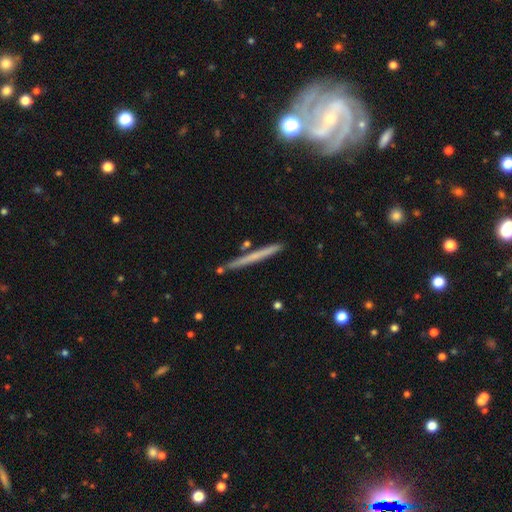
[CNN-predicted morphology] Smooth or featured? smooth (49%)
Merging? none (86%)